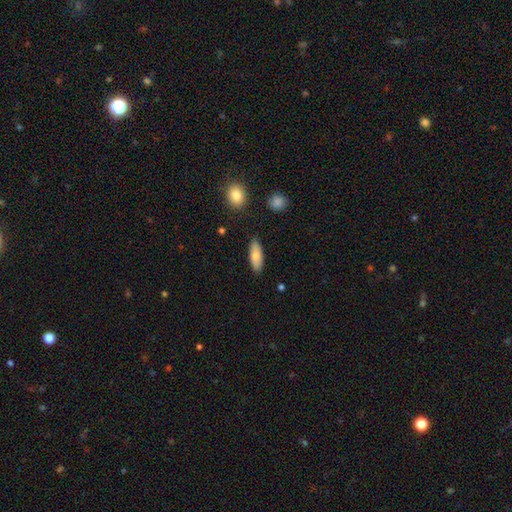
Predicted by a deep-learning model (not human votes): smooth 81%, featured or disk 13%, star or artifact 6%. Down the decision tree: how rounded — in between (72%); merging — none (86%).